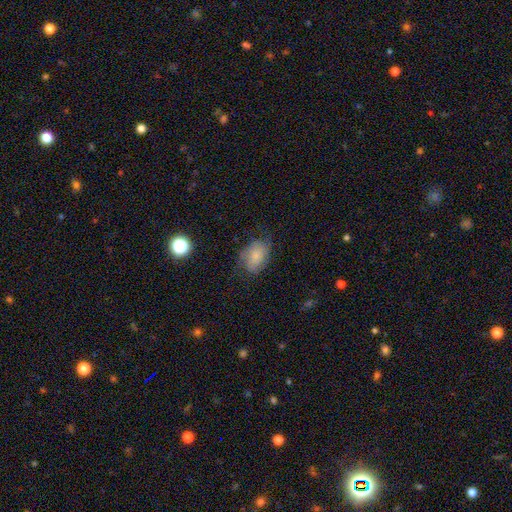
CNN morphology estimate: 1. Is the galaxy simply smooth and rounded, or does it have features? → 63% smooth, 28% featured or disk, 9% star or artifact.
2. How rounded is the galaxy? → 81% in between, 18% round, 1% cigar-shaped.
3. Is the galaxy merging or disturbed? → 57% none, 27% minor disturbance, 15% major disturbance, 2% merger.